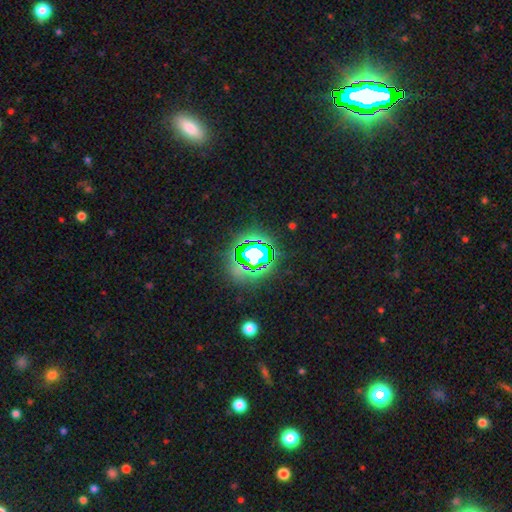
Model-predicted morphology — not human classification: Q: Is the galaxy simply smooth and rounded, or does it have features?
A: star or artifact — 68%.